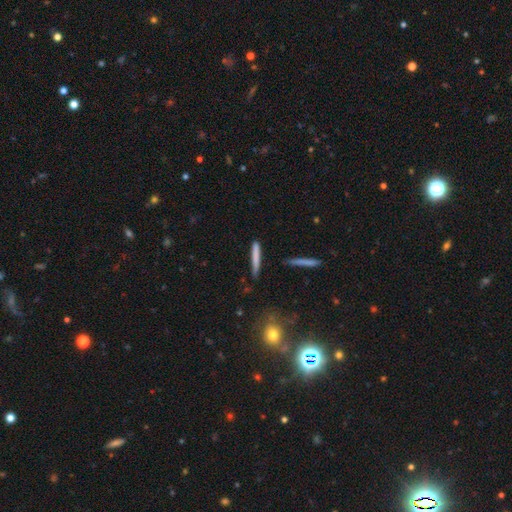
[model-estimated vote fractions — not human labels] Smooth or featured? smooth (72%)
How rounded? cigar-shaped (95%)
Merging? none (81%)